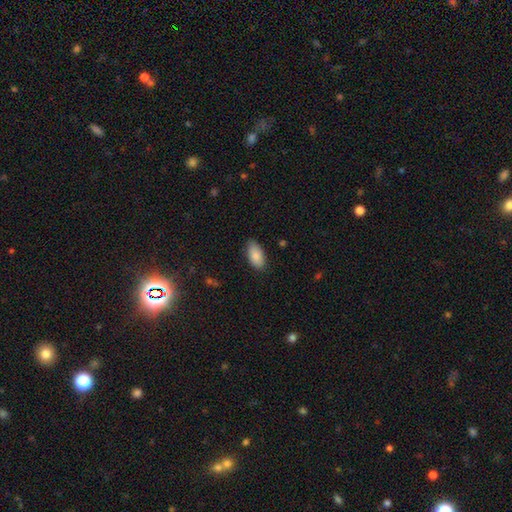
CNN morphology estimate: This is clearly a smooth galaxy (86%). How rounded: clearly in between (93%). Merging: clearly none (81%).